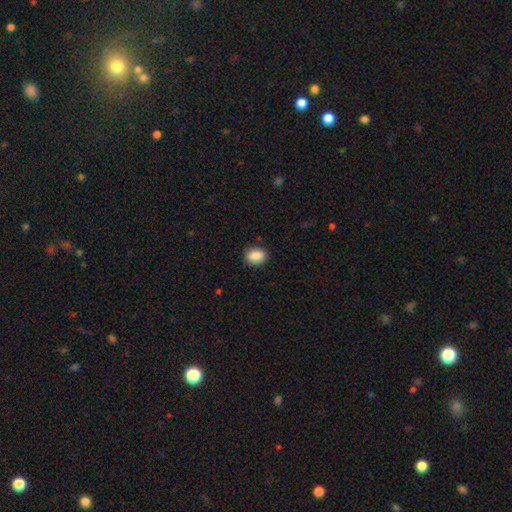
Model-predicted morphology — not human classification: Smooth or featured?
  - smooth: 89% *
  - star or artifact: 8%
  - featured or disk: 3%
How rounded?
  - in between: 75% *
  - round: 24%
  - cigar-shaped: 1%
Merging?
  - none: 86% *
  - minor disturbance: 10%
  - major disturbance: 2%
  - merger: 1%